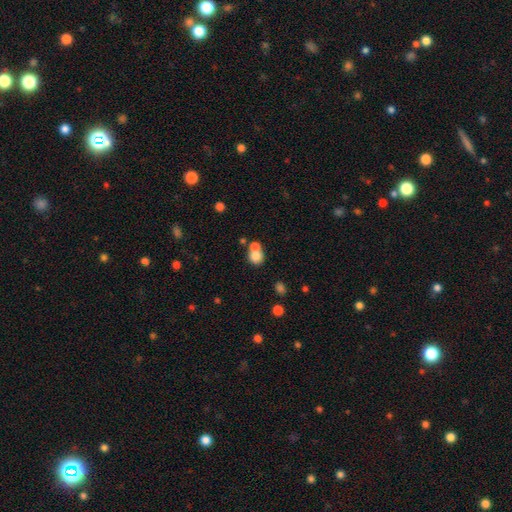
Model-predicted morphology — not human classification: A smooth galaxy with no disk features (77%) that is round (78%).

Vote fractions:
- Smooth or featured? smooth: 77% / featured or disk: 12% / star or artifact: 11%
- How rounded? round: 78% / in between: 21% / cigar-shaped: 1%
- Merging? merger: 52% / none: 37% / minor disturbance: 7% / major disturbance: 4%